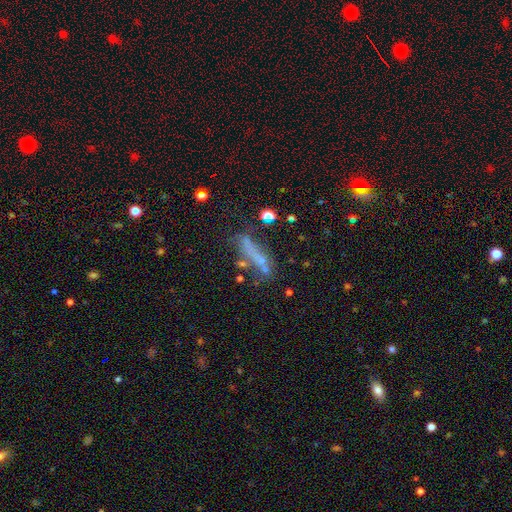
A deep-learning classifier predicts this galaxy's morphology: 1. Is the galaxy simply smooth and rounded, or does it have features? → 50% smooth, 31% featured or disk, 19% star or artifact.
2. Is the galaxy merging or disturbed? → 54% none, 20% minor disturbance, 13% major disturbance, 13% merger.